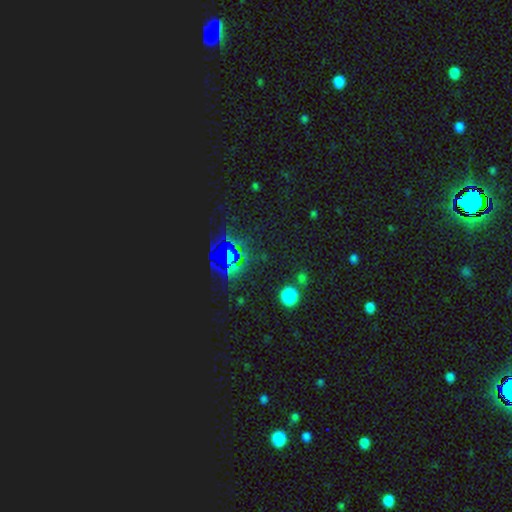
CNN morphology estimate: Smooth or featured? Predicted: star or artifact (p=0.79).